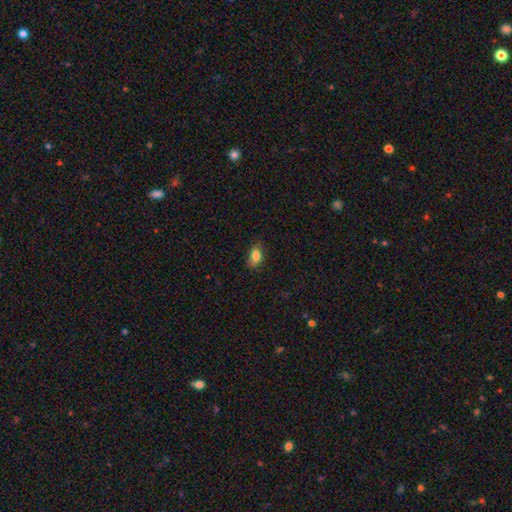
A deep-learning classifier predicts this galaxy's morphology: type=smooth (83%); roundness=in between (84%); merging=none (73%).